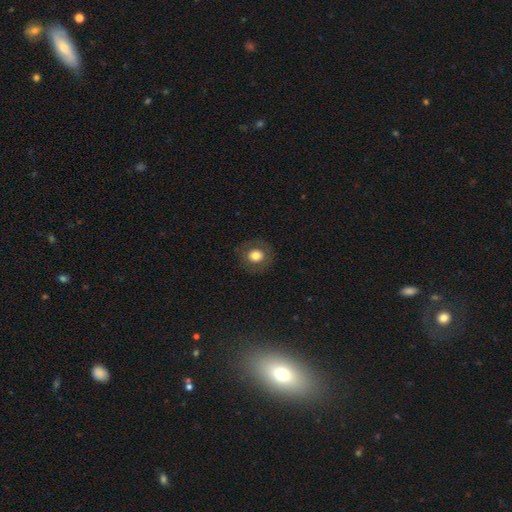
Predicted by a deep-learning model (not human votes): Overall: smooth (72%). How rounded: round (78%). Merging: none (85%).